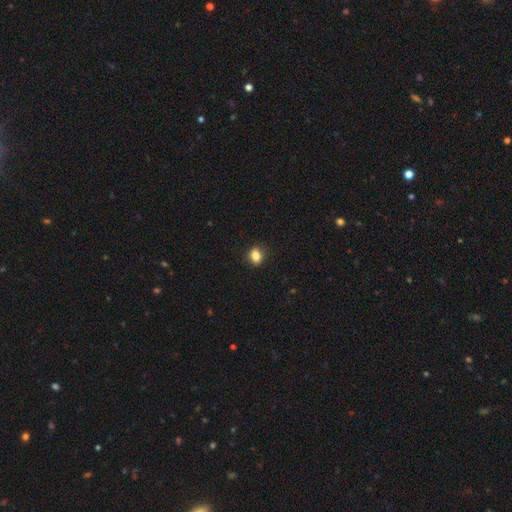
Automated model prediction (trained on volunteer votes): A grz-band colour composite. It shows a smooth galaxy with no disk features (82%) that is in between round and cigar-shaped (54%). Merging: none (87%).